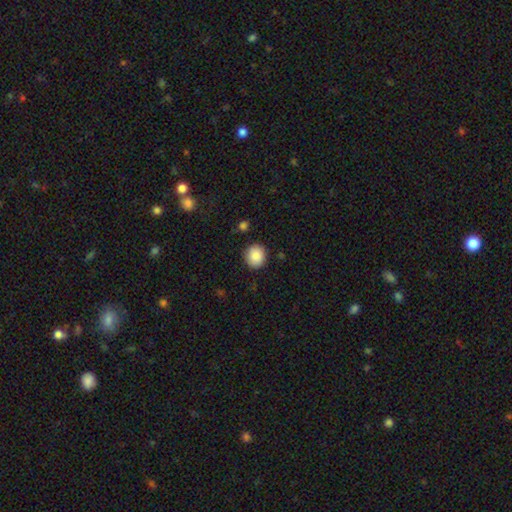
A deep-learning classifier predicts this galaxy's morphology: Smooth or featured? Predicted: smooth (p=0.88). How rounded? Predicted: round (p=0.86). Merging? Predicted: none (p=0.89).